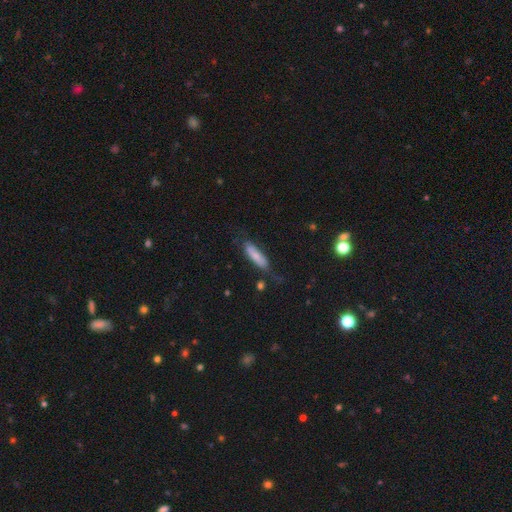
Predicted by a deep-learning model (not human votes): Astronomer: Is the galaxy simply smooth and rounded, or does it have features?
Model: smooth — 71%.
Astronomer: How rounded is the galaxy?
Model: cigar-shaped — 58% (runner-up: in between, 41%).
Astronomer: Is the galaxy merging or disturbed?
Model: none — 61%.